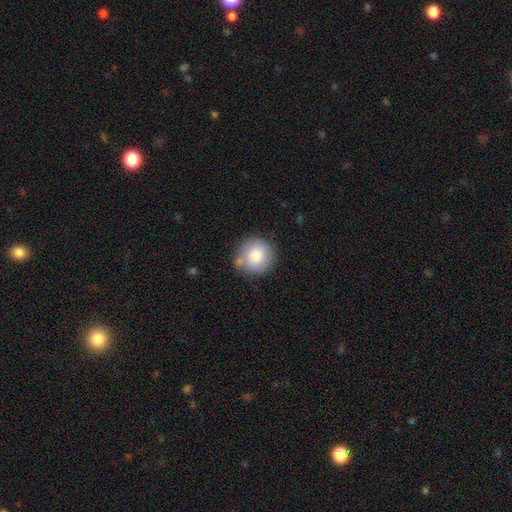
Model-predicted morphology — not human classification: A smooth galaxy with no disk features (83%) that is round (93%). Merging: none (74%).